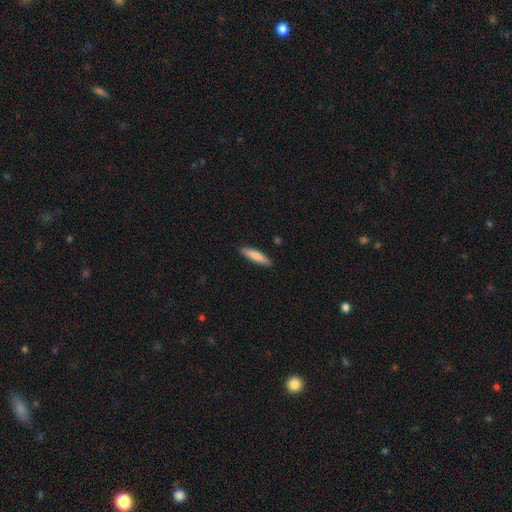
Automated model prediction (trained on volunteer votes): smooth-or-featured: smooth: 83% | featured or disk: 11% | star or artifact: 6%
  how-rounded: cigar-shaped: 79% | in between: 20% | round: 1%
  merging: none: 88% | minor disturbance: 9% | major disturbance: 2% | merger: 1%